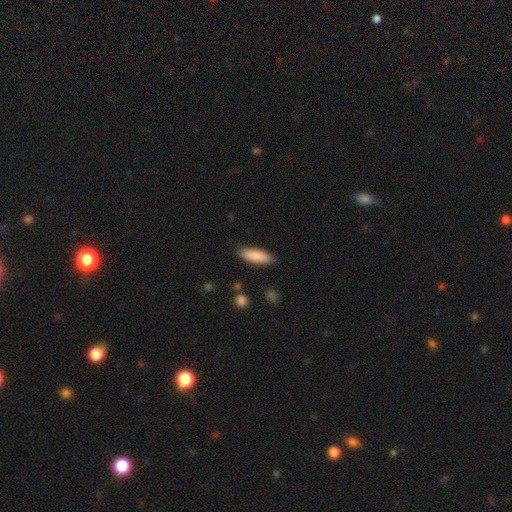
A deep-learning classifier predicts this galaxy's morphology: This is clearly a smooth galaxy (87%). How rounded: possibly in between (57%). Merging: clearly none (85%).